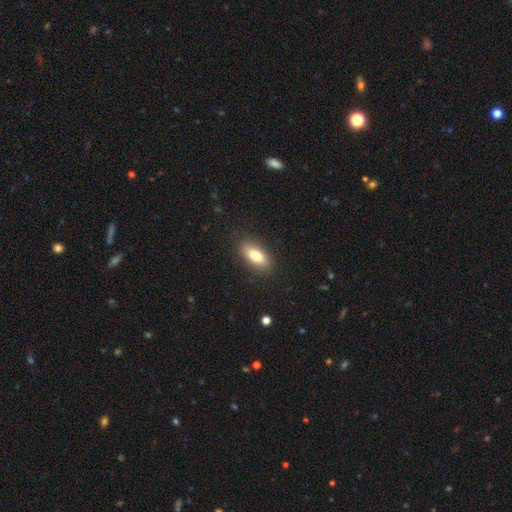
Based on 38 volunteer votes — Smooth or featured? 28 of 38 (74%) said smooth. How rounded? 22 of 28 (79%) said in between. Merging? 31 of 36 (86%) said none.